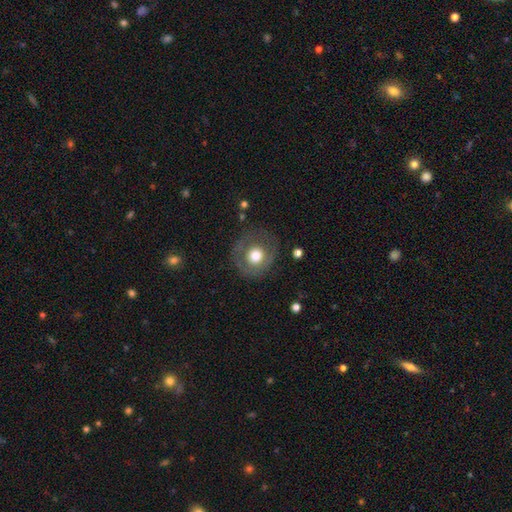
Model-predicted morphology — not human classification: A smooth galaxy with no disk features (59%) that is round (87%). Merging: none (75%).